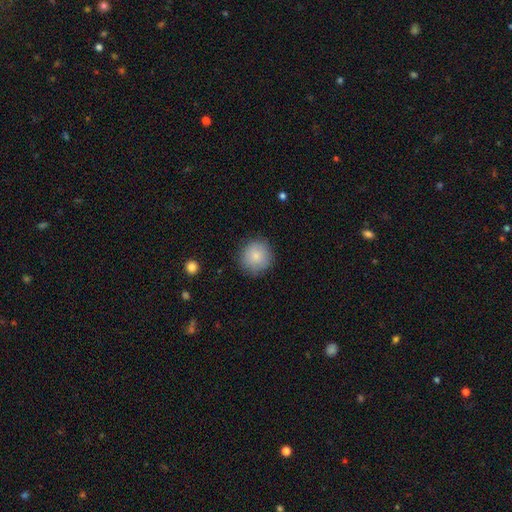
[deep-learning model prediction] Smooth or featured?
  - smooth: 84% *
  - featured or disk: 9%
  - star or artifact: 8%
How rounded?
  - round: 93% *
  - in between: 6%
  - cigar-shaped: 1%
Merging?
  - none: 85% *
  - minor disturbance: 11%
  - major disturbance: 3%
  - merger: 1%